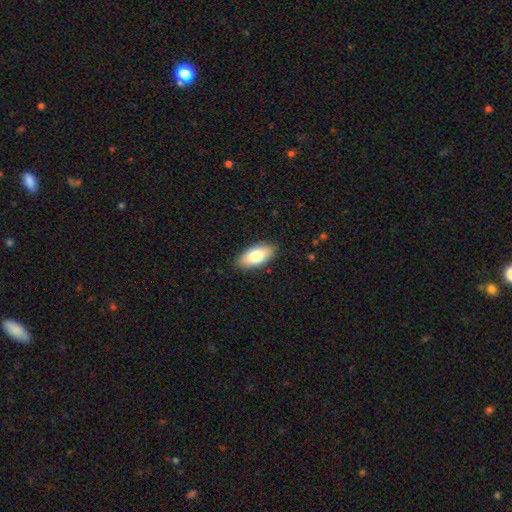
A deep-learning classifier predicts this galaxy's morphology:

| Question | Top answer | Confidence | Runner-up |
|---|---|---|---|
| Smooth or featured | smooth | 77% | featured or disk (17%) |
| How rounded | in between | 91% | cigar-shaped (6%) |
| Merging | none | 88% | minor disturbance (9%) |